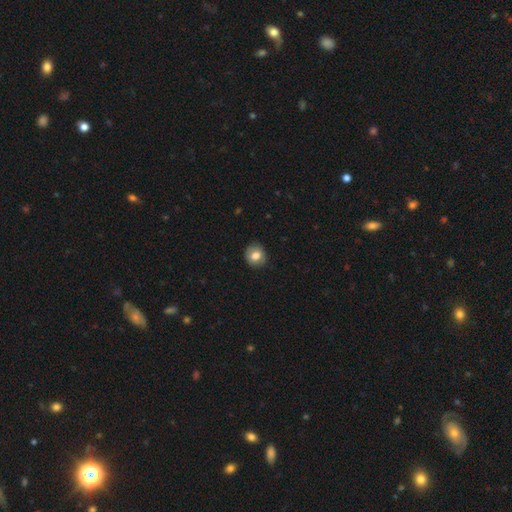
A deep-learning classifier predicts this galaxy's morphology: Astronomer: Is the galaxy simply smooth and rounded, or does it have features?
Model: smooth — 76%.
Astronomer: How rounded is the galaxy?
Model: round — 78%.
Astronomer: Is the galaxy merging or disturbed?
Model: none — 84%.